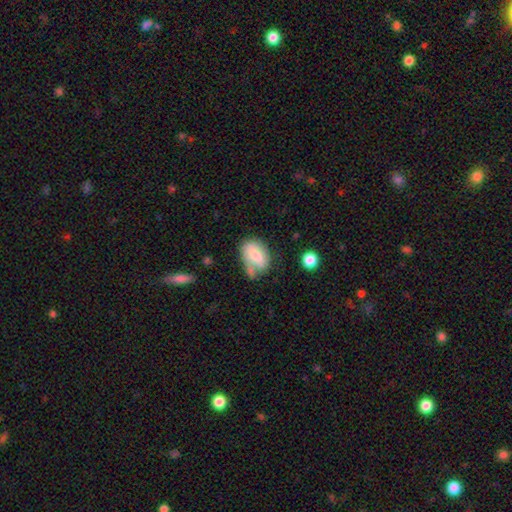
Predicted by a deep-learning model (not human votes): smooth_or_featured: smooth (p=0.64) [alt: featured or disk p=0.28]
how_rounded: in between (p=0.83) [alt: round p=0.15]
merging: none (p=0.41) [alt: minor disturbance p=0.31]